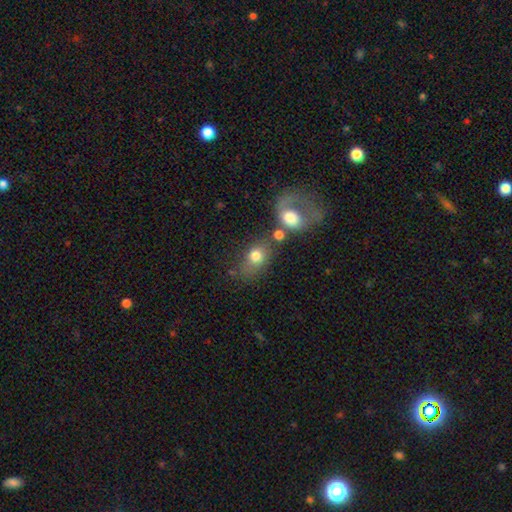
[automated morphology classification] Overall: smooth (73%). How rounded: in between (62%; round 36%). Merging: none (43%; merger 30%).